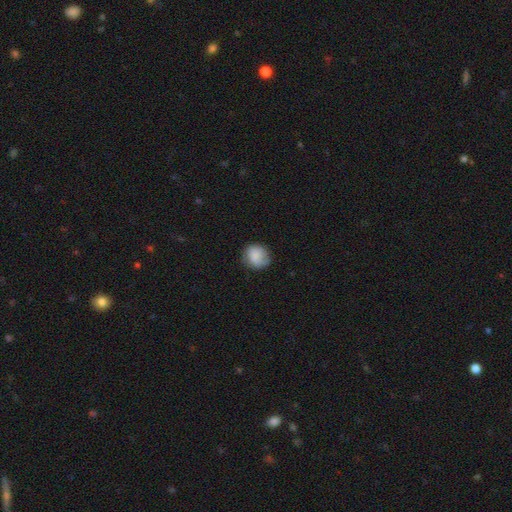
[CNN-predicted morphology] Smooth or featured?
  - smooth: 78% *
  - featured or disk: 14%
  - star or artifact: 8%
How rounded?
  - round: 76% *
  - in between: 23%
  - cigar-shaped: 1%
Merging?
  - none: 66% *
  - minor disturbance: 24%
  - major disturbance: 9%
  - merger: 1%